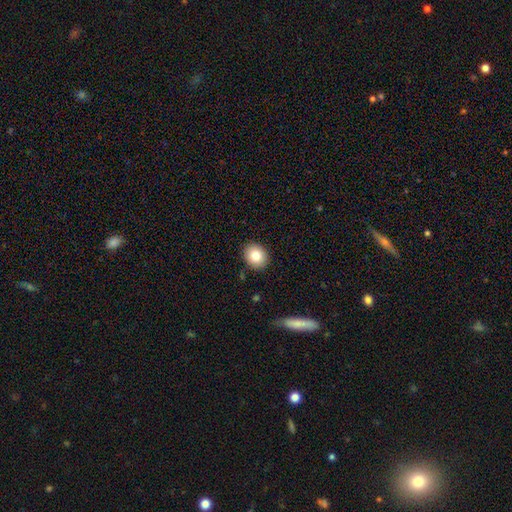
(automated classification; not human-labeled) Smooth or featured? Predicted: smooth (p=0.81). How rounded? Predicted: round (p=0.70). Merging? Predicted: none (p=0.90).